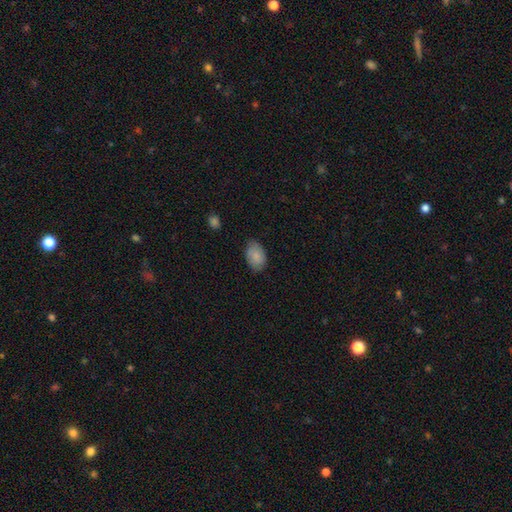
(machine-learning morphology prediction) This is clearly a smooth galaxy (85%). How rounded: clearly in between (88%). Merging: likely none (75%).